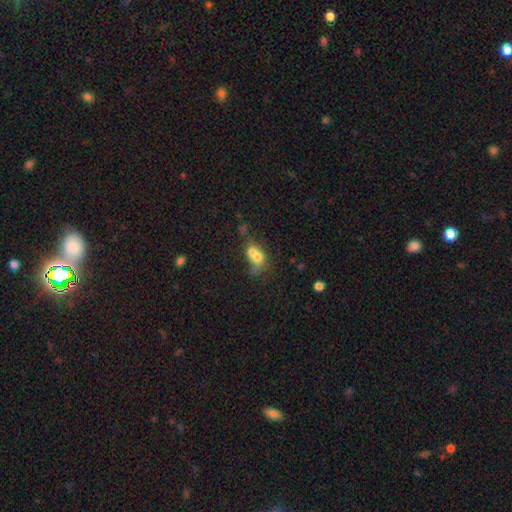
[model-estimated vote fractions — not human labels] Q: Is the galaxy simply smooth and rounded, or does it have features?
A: smooth — 66%.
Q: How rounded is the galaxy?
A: in between — 57%.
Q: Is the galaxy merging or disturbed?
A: merger — 61%.